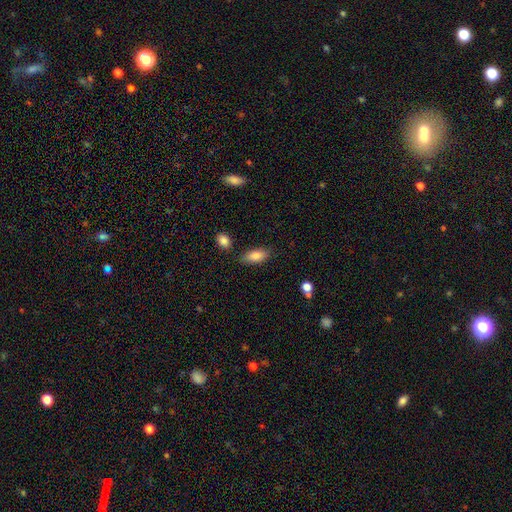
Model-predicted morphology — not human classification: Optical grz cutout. It shows a smooth galaxy with no disk features (83%) that is in between round and cigar-shaped (84%). Merging: none (78%).